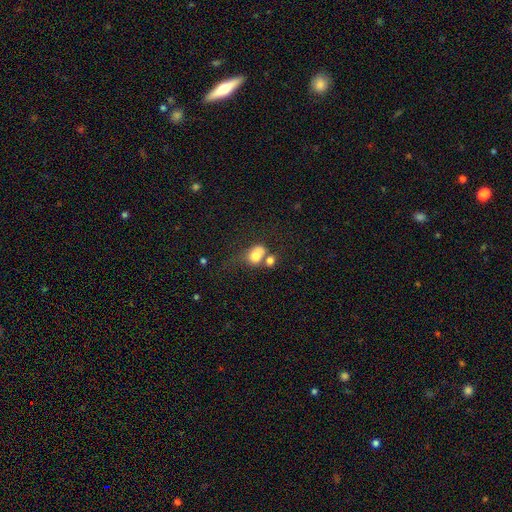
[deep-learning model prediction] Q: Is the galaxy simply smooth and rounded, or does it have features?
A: smooth — 74%.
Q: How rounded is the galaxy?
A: in between — 65%.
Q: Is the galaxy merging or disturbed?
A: merger — 47%.